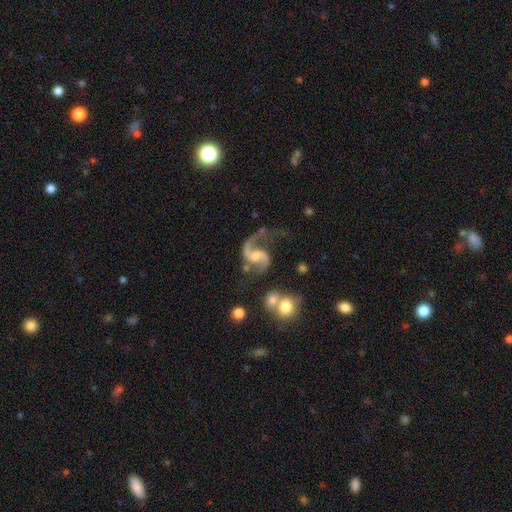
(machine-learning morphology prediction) Smooth or featured? Predicted: featured or disk (p=0.91). Edge-on disk? Predicted: no (p=0.98). Bar? Predicted: weak (p=0.46). Spiral arms? Predicted: yes (p=0.98). Spiral winding? Predicted: loose (p=0.63). Spiral arm count? Predicted: 2 (p=0.87). Bulge size? Predicted: moderate (p=0.43). Merging? Predicted: none (p=0.53).